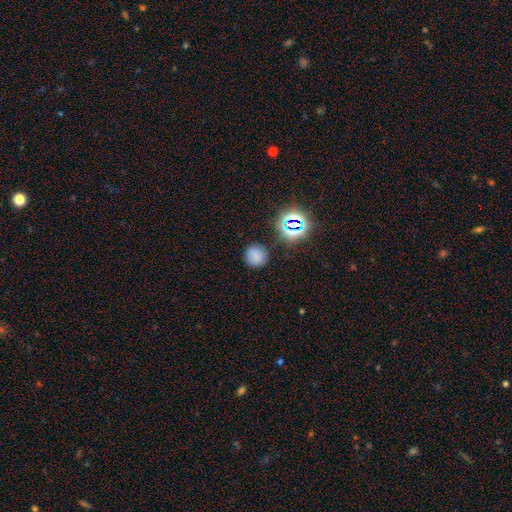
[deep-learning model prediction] A smooth galaxy with no disk features (72%) that is round (91%). Merging: none (84%).